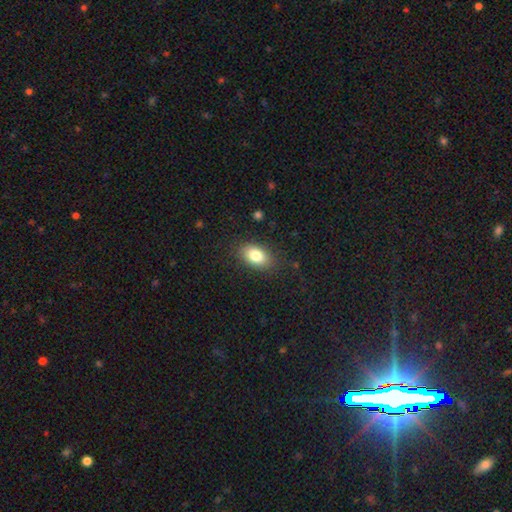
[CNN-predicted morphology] Overall: smooth (82%). How rounded: in between (88%). Merging: none (84%).